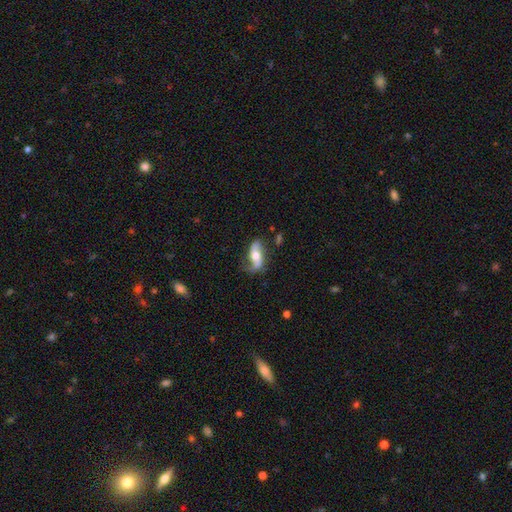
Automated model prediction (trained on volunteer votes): Smooth or featured? Predicted: featured or disk (p=0.69). Edge-on disk? Predicted: no (p=0.87). Bar? Predicted: no (p=0.49). Spiral arms? Predicted: yes (p=0.86). Spiral winding? Predicted: loose (p=0.72). Spiral arm count? Predicted: 2 (p=0.82). Bulge size? Predicted: moderate (p=0.66). Merging? Predicted: none (p=0.58).